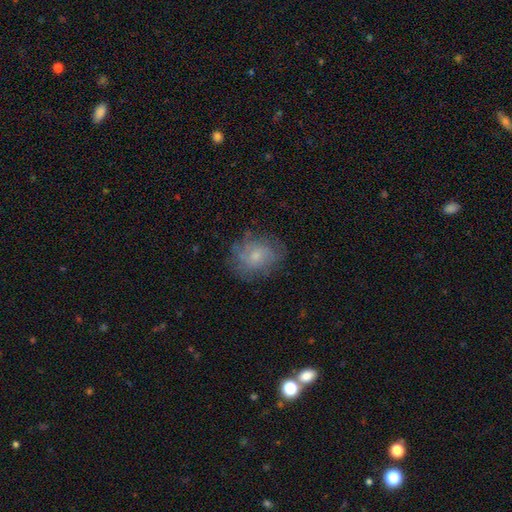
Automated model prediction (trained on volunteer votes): Q: Smooth or featured?
A: smooth (53%); runner-up: featured or disk (37%)
Q: How rounded?
A: round (54%); runner-up: in between (45%)
Q: Merging?
A: none (70%); runner-up: minor disturbance (20%)